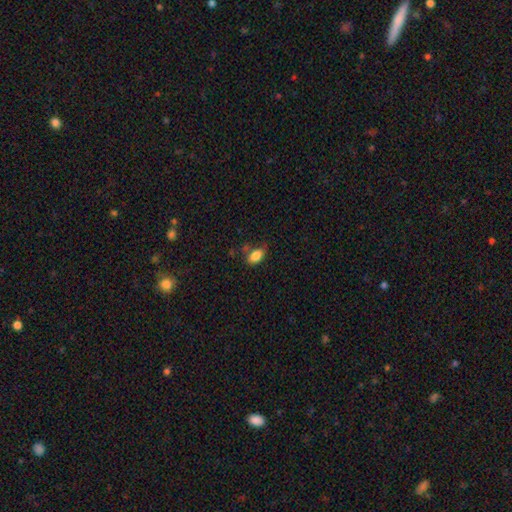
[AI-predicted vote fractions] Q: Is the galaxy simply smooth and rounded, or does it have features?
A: smooth — 84%.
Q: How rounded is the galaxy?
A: in between — 89%.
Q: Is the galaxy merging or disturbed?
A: none — 62%.